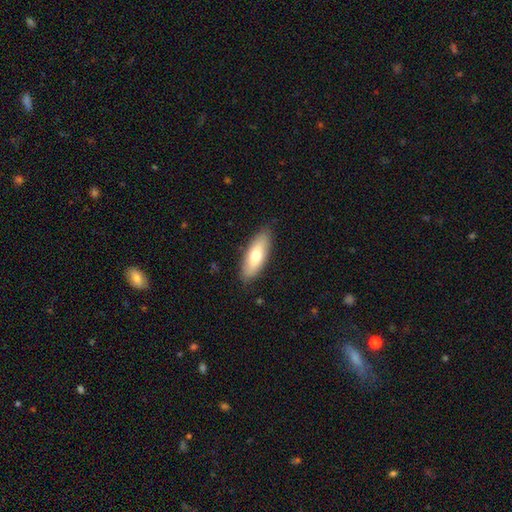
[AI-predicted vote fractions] Morphology: type=smooth (70%); roundness=in between (68%); merging=none (86%).